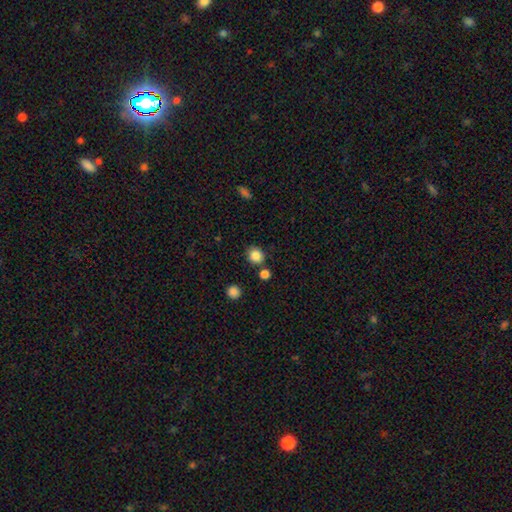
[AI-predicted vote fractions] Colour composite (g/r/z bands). It shows a smooth galaxy with no disk features (85%) that is round (78%). Merging: none (78%).